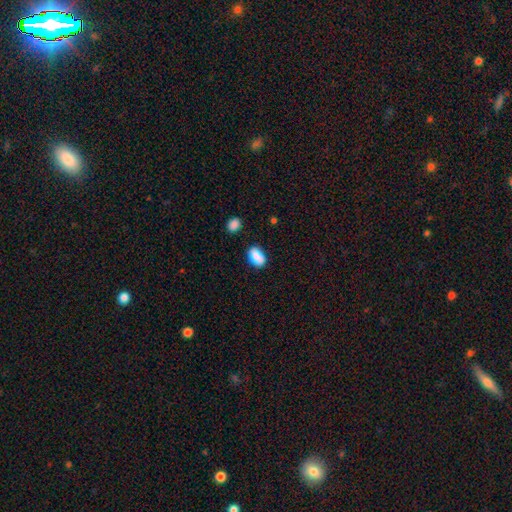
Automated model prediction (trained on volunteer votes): smooth 83%, featured or disk 9%, star or artifact 8%. Down the decision tree: how rounded — in between (88%); merging — none (71%).